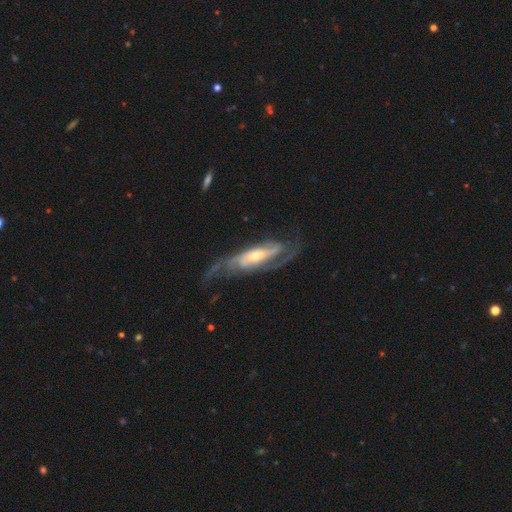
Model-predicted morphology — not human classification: A featured or disk galaxy (86%) with no bar (47%), 2 (62%) medium (44%) spiral arms (95%) and a small central bulge (48%). Merging: none (62%).